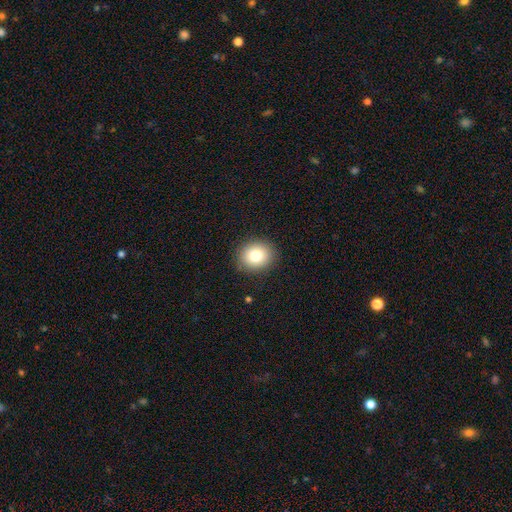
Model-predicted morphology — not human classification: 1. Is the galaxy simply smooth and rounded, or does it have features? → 80% smooth, 11% star or artifact, 9% featured or disk.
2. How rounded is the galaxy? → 71% round, 28% in between, 1% cigar-shaped.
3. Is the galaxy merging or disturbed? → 89% none, 7% minor disturbance, 2% major disturbance, 1% merger.